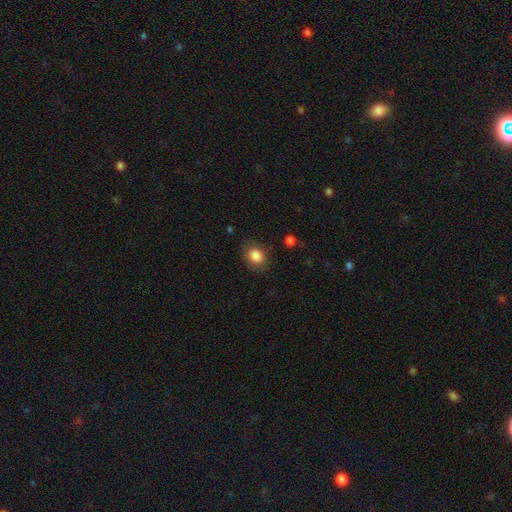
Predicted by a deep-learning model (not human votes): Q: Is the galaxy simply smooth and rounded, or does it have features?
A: smooth — 86%.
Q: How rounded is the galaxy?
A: round — 53%.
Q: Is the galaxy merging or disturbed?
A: none — 81%.